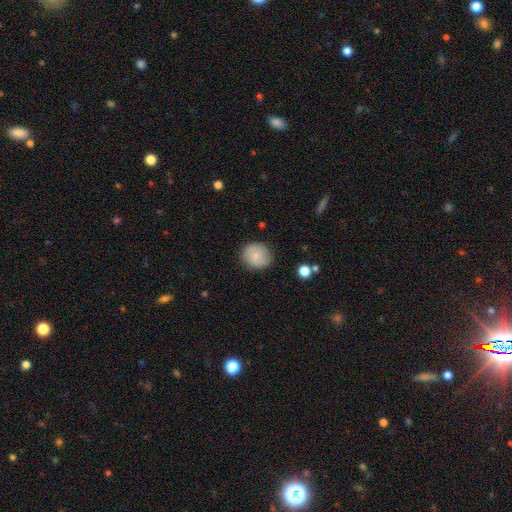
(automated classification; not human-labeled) A smooth galaxy with no disk features (78%) that is round (79%).

Vote fractions:
- Smooth or featured? smooth: 78% / featured or disk: 15% / star or artifact: 8%
- How rounded? round: 79% / in between: 20% / cigar-shaped: 1%
- Merging? none: 81% / minor disturbance: 14% / major disturbance: 3% / merger: 1%